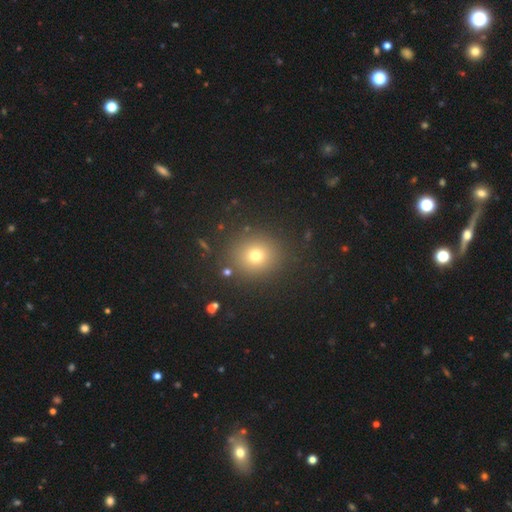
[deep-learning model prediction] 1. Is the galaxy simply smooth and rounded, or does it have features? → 71% smooth, 20% star or artifact, 9% featured or disk.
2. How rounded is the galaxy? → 88% round, 11% in between, 1% cigar-shaped.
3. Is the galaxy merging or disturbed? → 88% none, 7% minor disturbance, 3% major disturbance, 2% merger.